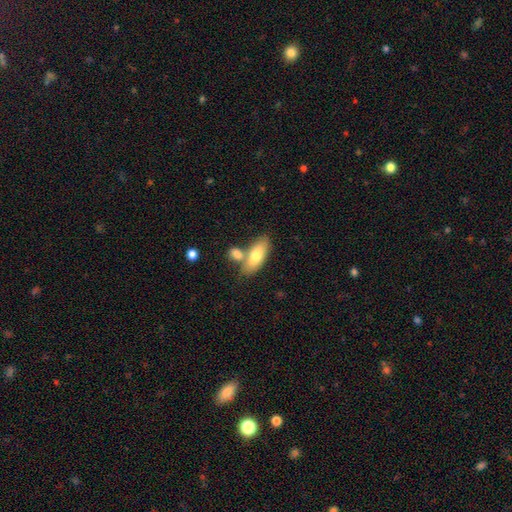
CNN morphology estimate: The model was most divided on "merging": none: 54%, merger: 31%, minor disturbance: 12%, major disturbance: 4%. More confident: how rounded — in between (77%); smooth or featured — smooth (72%).